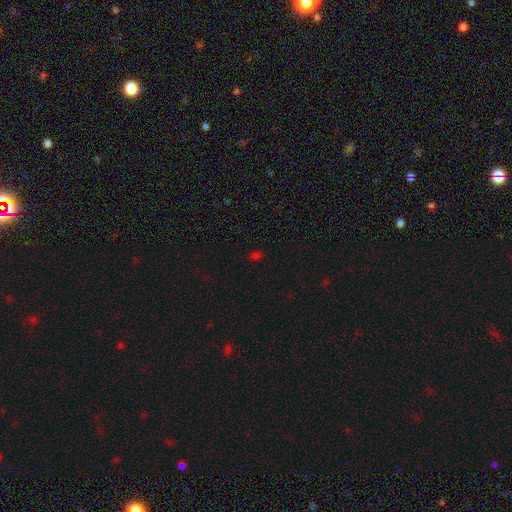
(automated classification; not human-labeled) Morphology: type=smooth (56%); roundness=in between (72%); merging=none (82%).